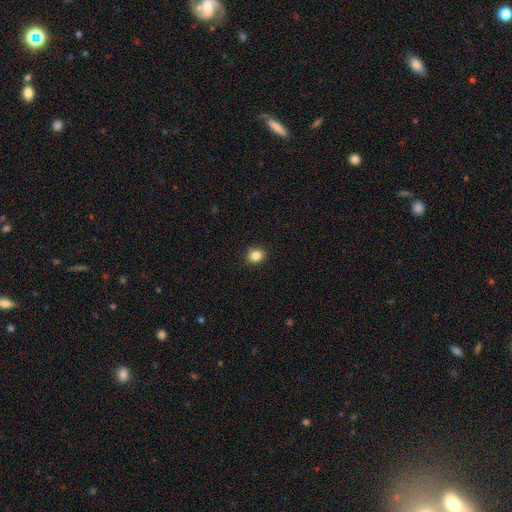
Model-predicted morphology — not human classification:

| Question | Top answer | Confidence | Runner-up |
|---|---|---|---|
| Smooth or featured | smooth | 84% | star or artifact (11%) |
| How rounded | round | 68% | in between (31%) |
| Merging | none | 91% | minor disturbance (7%) |